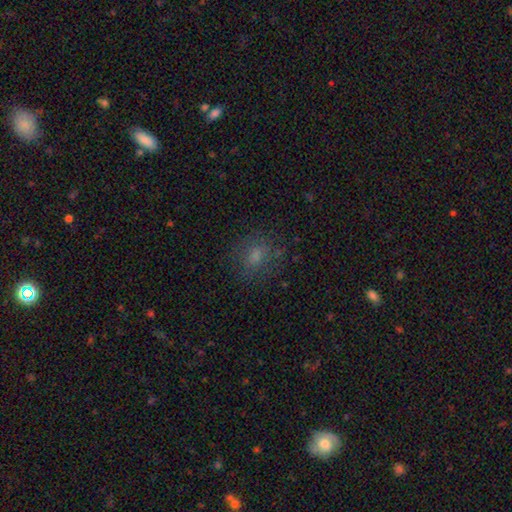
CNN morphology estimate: This appears to be a smooth galaxy with no disk features (68%) that is round (49%, tied with in between). Merging: none (76%).